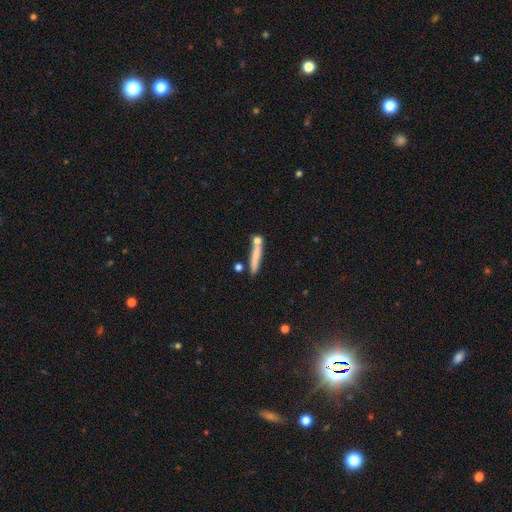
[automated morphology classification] Smooth or featured? smooth (68%)
How rounded? cigar-shaped (90%)
Merging? none (66%)